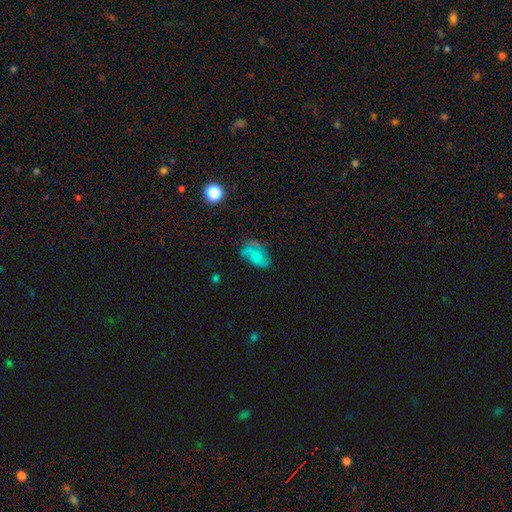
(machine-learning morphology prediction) This appears to be a smooth galaxy with no disk features (50%) that is in between round and cigar-shaped (89%). Merging: none (41%).